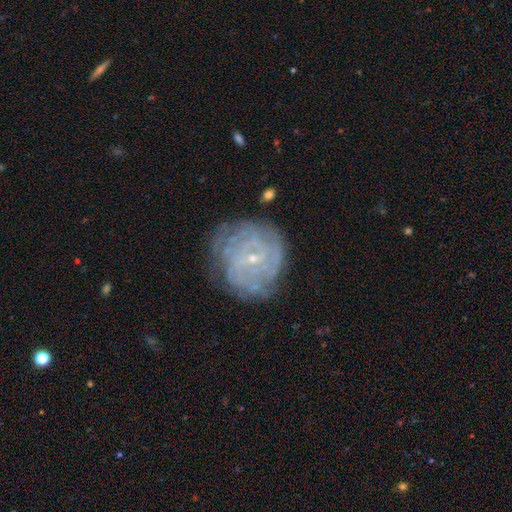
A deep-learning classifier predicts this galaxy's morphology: type=featured or disk (71%); edge-on=no (97%); bar=no (54%); spiral arms=yes (88%); winding=tight (72%); arm count=can't tell (48%); bulge=small (83%); merging=none (78%).